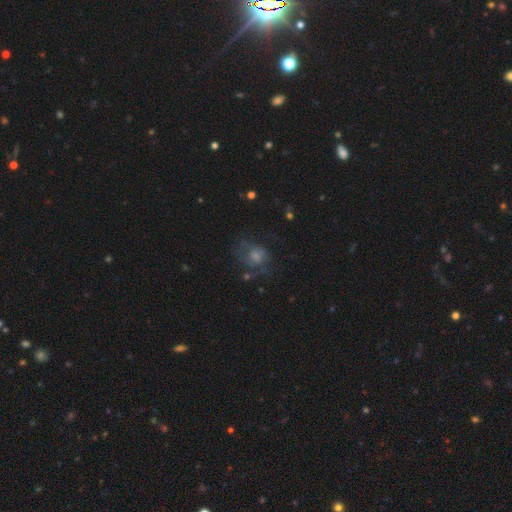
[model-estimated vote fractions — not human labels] Smooth or featured?
  - featured or disk: 41% *
  - smooth: 36%
  - star or artifact: 23%
Merging?
  - none: 57% *
  - minor disturbance: 20%
  - major disturbance: 20%
  - merger: 3%